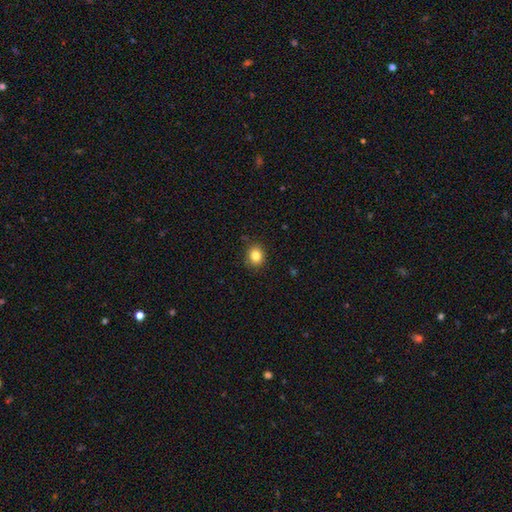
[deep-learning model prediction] Smooth or featured? smooth (83%)
How rounded? round (72%)
Merging? none (88%)